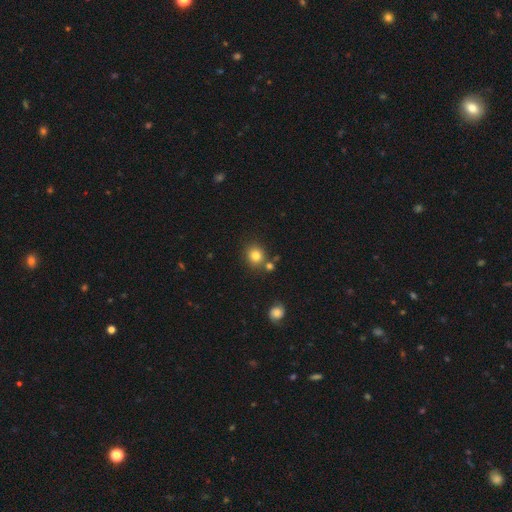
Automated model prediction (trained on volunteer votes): Morphology: type=smooth (80%); roundness=round (85%); merging=none (77%).